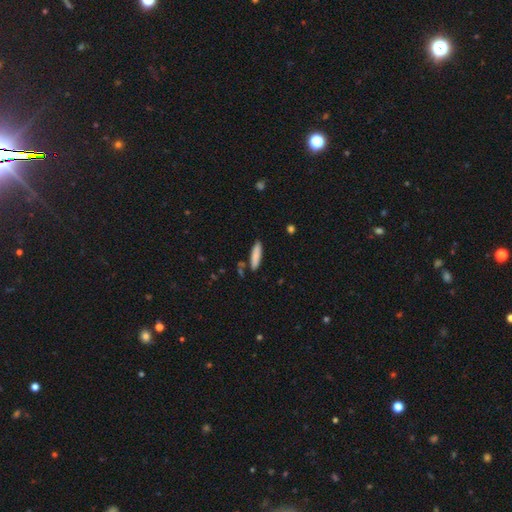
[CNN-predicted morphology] Smooth or featured?
  - smooth: 84% *
  - featured or disk: 10%
  - star or artifact: 6%
How rounded?
  - cigar-shaped: 70% *
  - in between: 28%
  - round: 2%
Merging?
  - none: 82% *
  - minor disturbance: 11%
  - merger: 4%
  - major disturbance: 2%